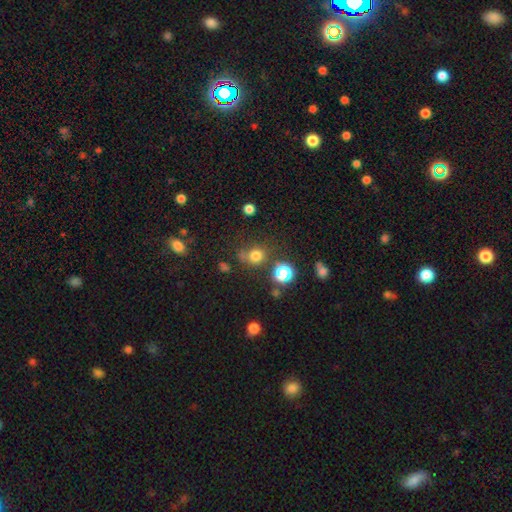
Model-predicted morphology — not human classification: Smooth or featured? Predicted: smooth (p=0.74). How rounded? Predicted: round (p=0.82). Merging? Predicted: none (p=0.67).